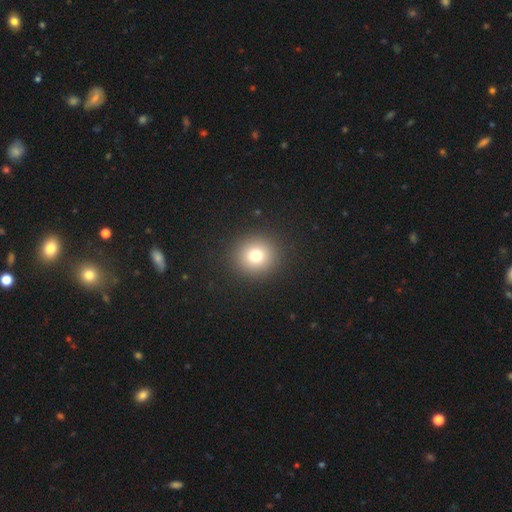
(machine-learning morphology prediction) Smooth or featured? Predicted: smooth (p=0.76). How rounded? Predicted: round (p=0.91). Merging? Predicted: none (p=0.92).